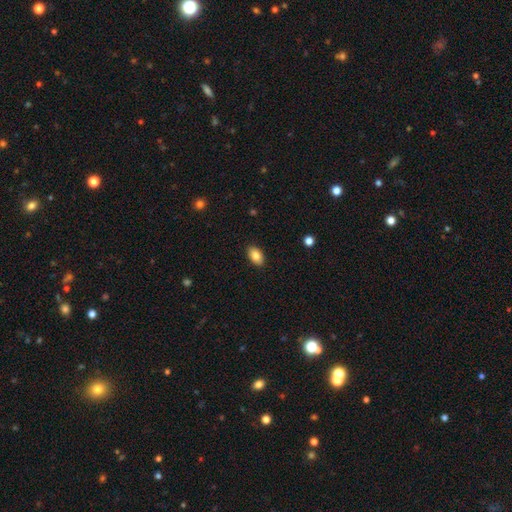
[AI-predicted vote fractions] A smooth galaxy with no disk features (85%) that is in between round and cigar-shaped (91%).

Vote fractions:
- Smooth or featured? smooth: 85% / star or artifact: 8% / featured or disk: 7%
- How rounded? in between: 91% / round: 7% / cigar-shaped: 1%
- Merging? none: 89% / minor disturbance: 8% / major disturbance: 2% / merger: 1%